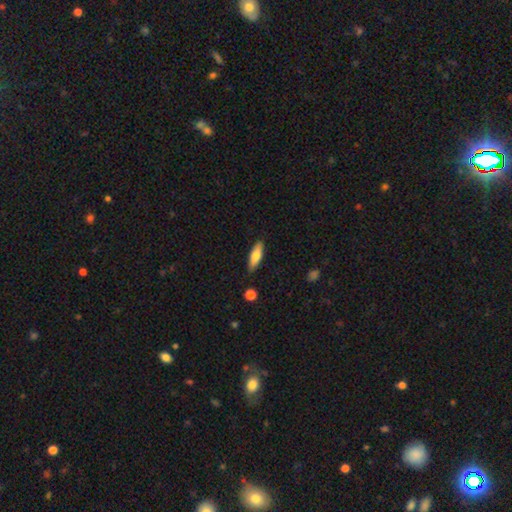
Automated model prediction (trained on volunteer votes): This is likely a smooth galaxy (74%). How rounded: possibly cigar-shaped (49%, tied with in between). Merging: clearly none (85%).